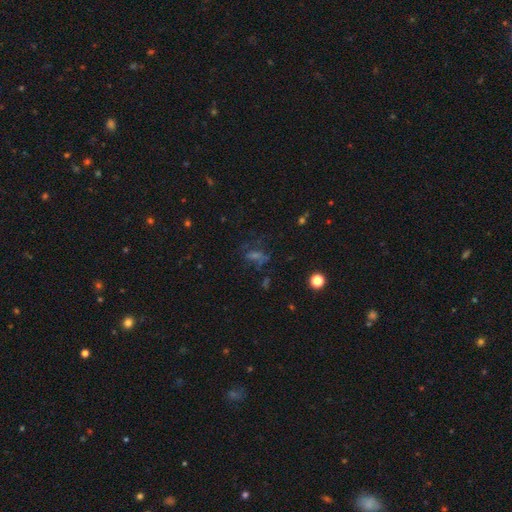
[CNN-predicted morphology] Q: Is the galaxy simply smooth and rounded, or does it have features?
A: star or artifact — 40%.